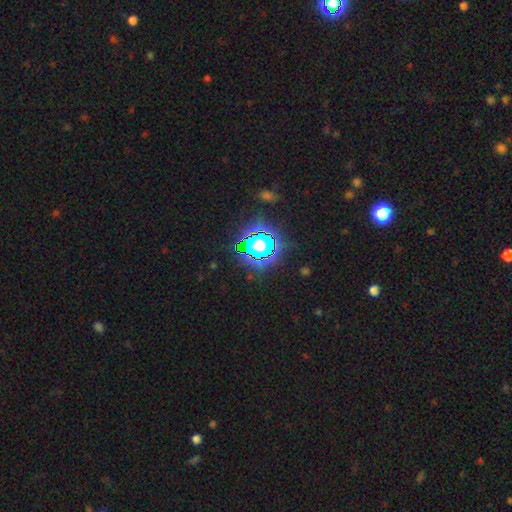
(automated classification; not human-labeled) This appears to be a star or artifact, not a galaxy (76%).